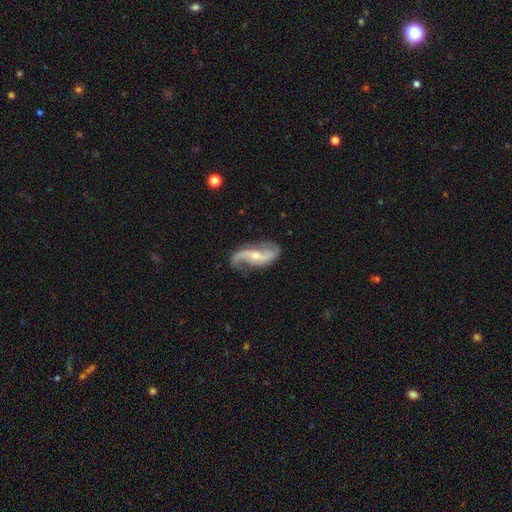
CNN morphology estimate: smooth-or-featured: featured or disk: 88% | smooth: 7% | star or artifact: 5%
  disk-edge-on: no: 95% | yes: 5%
    bar: no: 42% | weak: 34% | strong: 24%
    has-spiral-arms: yes: 96% | no: 4%
      spiral-winding: loose: 68% | medium: 24% | tight: 8%
      spiral-arm-count: 2: 91% | 1: 3% | can't tell: 2% | 3: 1% | 4: 1% | more than 4: 1%
    bulge-size: small: 50% | moderate: 46% | large: 2% | none: 1% | dominant: 1%
  merging: none: 75% | minor disturbance: 17% | major disturbance: 7% | merger: 2%